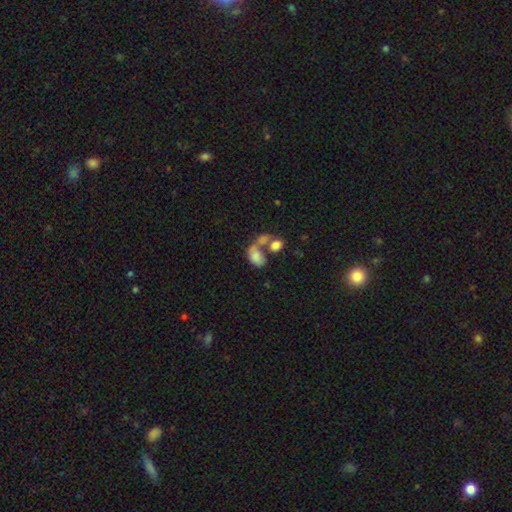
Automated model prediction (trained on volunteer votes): Smooth or featured? smooth (70%)
How rounded? in between (85%)
Merging? merger (60%)